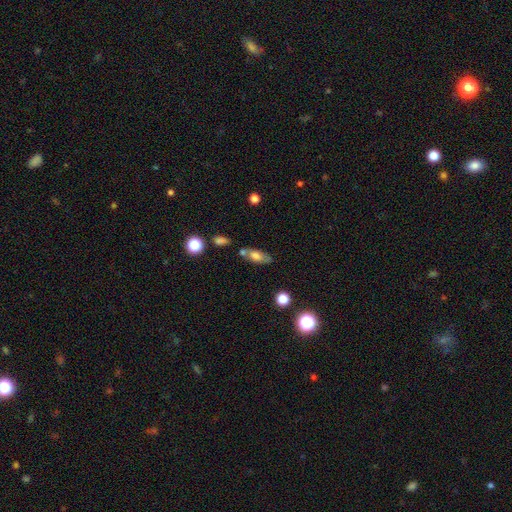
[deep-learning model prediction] A smooth galaxy with no disk features (61%) that is in between round and cigar-shaped (75%).

Vote fractions:
- Smooth or featured? smooth: 61% / featured or disk: 30% / star or artifact: 9%
- How rounded? in between: 75% / cigar-shaped: 20% / round: 5%
- Merging? none: 63% / minor disturbance: 17% / merger: 15% / major disturbance: 5%